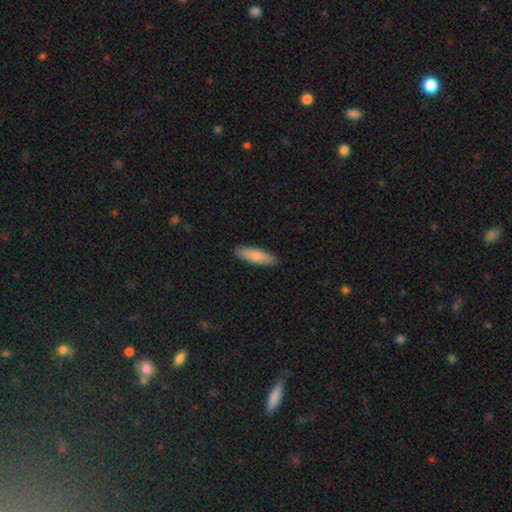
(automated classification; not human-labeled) Smooth or featured? Predicted: smooth (p=0.84). How rounded? Predicted: cigar-shaped (p=0.57). Merging? Predicted: none (p=0.90).